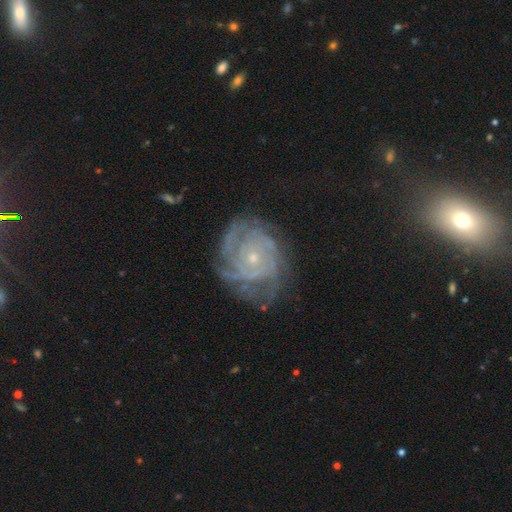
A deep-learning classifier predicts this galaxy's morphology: Smooth or featured? featured or disk (83%)
Edge-on disk? no (97%)
Bar? no (76%)
Spiral arms? yes (95%)
Spiral winding? tight (73%)
Spiral arm count? can't tell (31%)
Bulge size? small (76%)
Merging? none (71%)